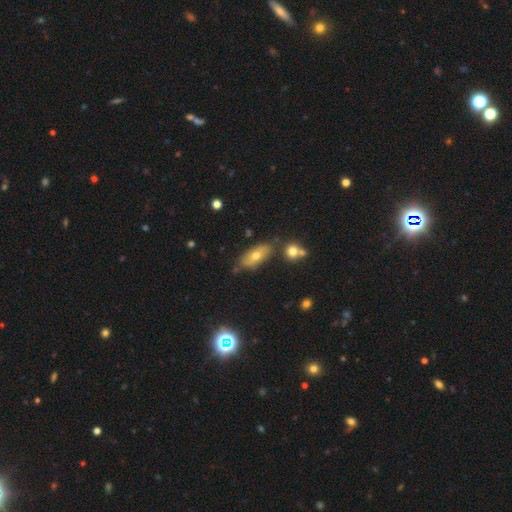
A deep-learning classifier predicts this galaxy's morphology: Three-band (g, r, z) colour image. It shows a smooth galaxy with no disk features (66%) that is in between round and cigar-shaped (82%). Merging: none (70%).